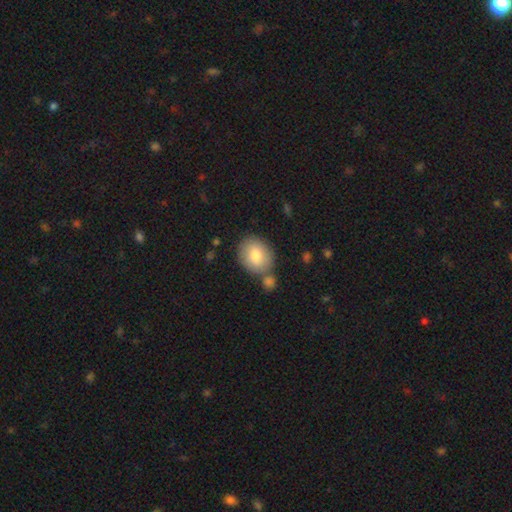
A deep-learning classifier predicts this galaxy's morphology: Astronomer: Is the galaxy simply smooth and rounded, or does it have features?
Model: smooth — 79%.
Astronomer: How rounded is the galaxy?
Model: round — 61% (runner-up: in between, 38%).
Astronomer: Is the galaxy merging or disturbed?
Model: none — 68%.